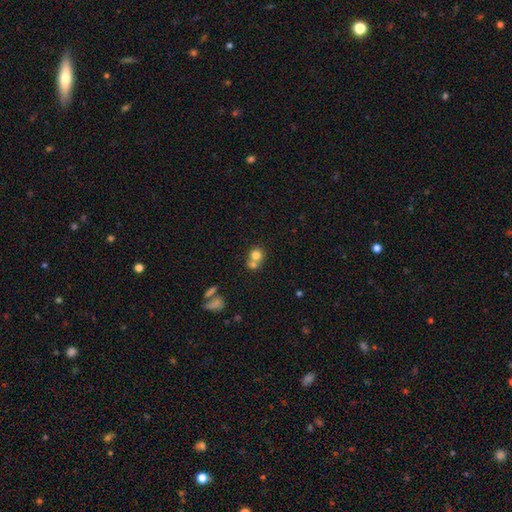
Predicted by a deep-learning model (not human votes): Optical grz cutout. It shows a smooth galaxy with no disk features (76%) that is round (81%). Merging: merger (52%).